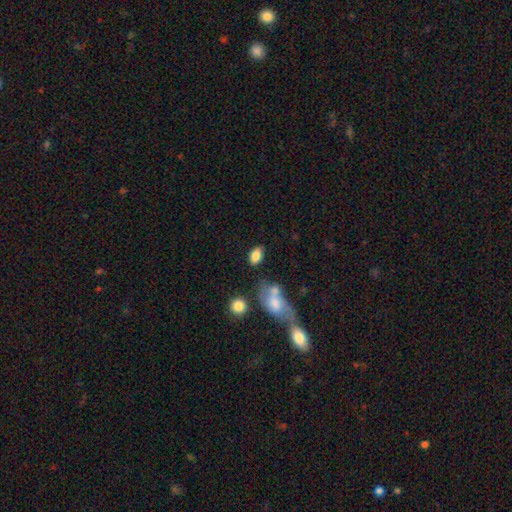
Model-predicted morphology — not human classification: Smooth or featured?
  - smooth: 85% *
  - star or artifact: 8%
  - featured or disk: 7%
How rounded?
  - in between: 89% *
  - round: 9%
  - cigar-shaped: 2%
Merging?
  - none: 73% *
  - minor disturbance: 15%
  - merger: 7%
  - major disturbance: 5%